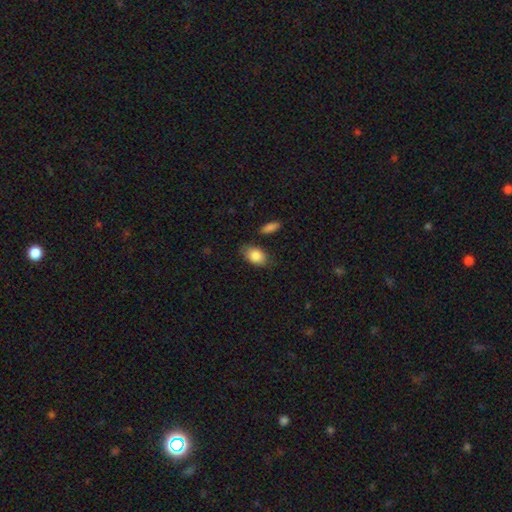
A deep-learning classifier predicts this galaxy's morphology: Smooth or featured?
  - smooth: 87% *
  - star or artifact: 7%
  - featured or disk: 7%
How rounded?
  - in between: 87% *
  - round: 12%
  - cigar-shaped: 2%
Merging?
  - none: 76% *
  - minor disturbance: 17%
  - major disturbance: 4%
  - merger: 3%